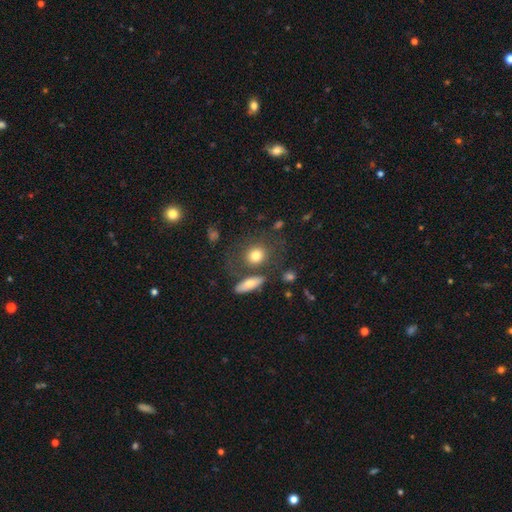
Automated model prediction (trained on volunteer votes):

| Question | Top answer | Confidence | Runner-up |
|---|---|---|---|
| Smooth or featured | smooth | 77% | featured or disk (13%) |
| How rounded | round | 66% | in between (32%) |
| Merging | none | 61% | merger (16%) |